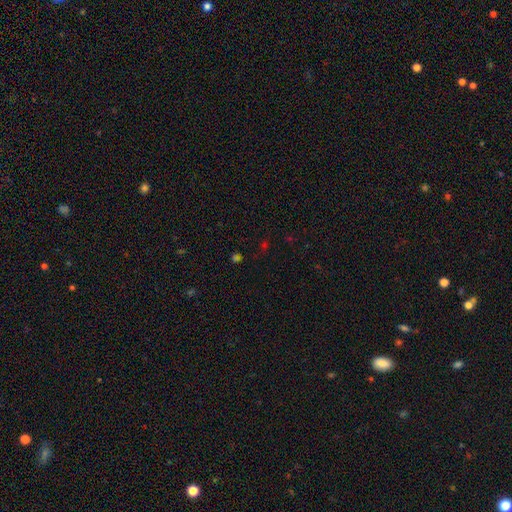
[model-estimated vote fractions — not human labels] This appears to be a star or artifact, not a galaxy (49%).